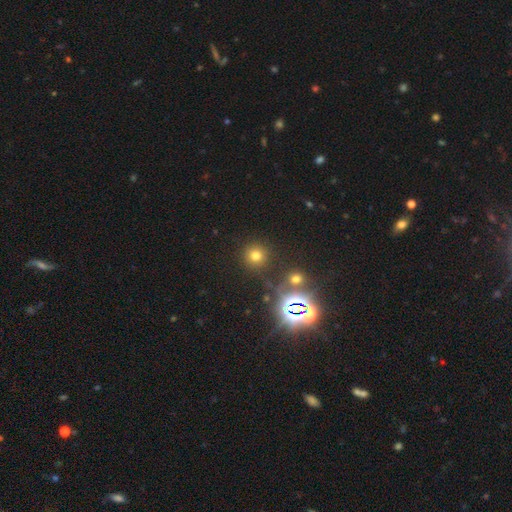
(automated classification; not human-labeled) Smooth or featured: smooth — 68% (star or artifact — 25%)
How rounded: round — 94% (in between — 5%)
Merging: none — 86% (minor disturbance — 7%)